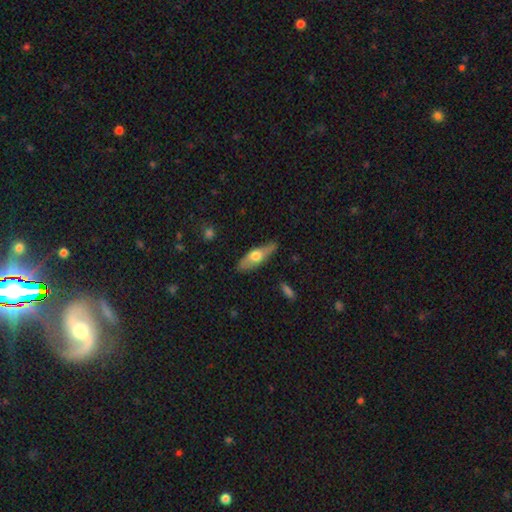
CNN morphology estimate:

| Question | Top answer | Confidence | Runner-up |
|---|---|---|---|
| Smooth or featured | smooth | 55% | featured or disk (39%) |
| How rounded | in between | 54% | cigar-shaped (43%) |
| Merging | none | 76% | minor disturbance (19%) |